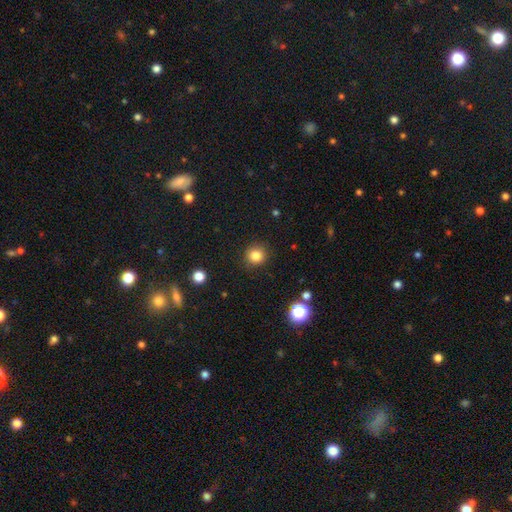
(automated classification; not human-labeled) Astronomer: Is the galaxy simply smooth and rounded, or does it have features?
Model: smooth — 82%.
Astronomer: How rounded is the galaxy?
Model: round — 92%.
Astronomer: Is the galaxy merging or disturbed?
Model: none — 89%.